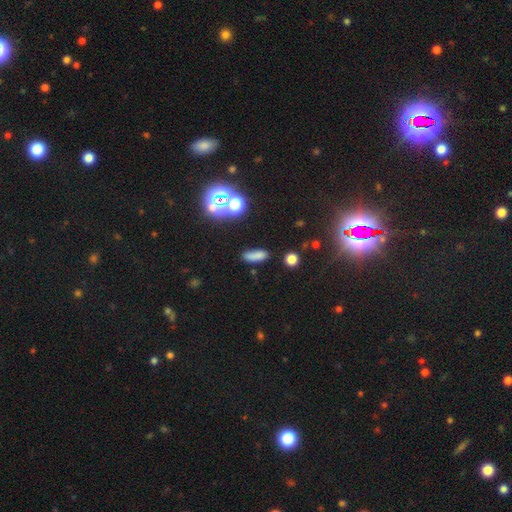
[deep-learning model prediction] Morphology: type=smooth (75%); roundness=in between (50%); merging=none (80%).